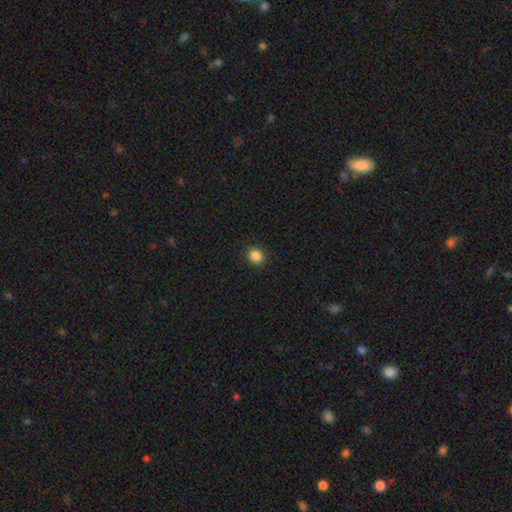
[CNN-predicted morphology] smooth-or-featured: smooth: 87% | star or artifact: 10% | featured or disk: 3%
  how-rounded: round: 80% | in between: 19% | cigar-shaped: 1%
  merging: none: 91% | minor disturbance: 6% | major disturbance: 2% | merger: 1%